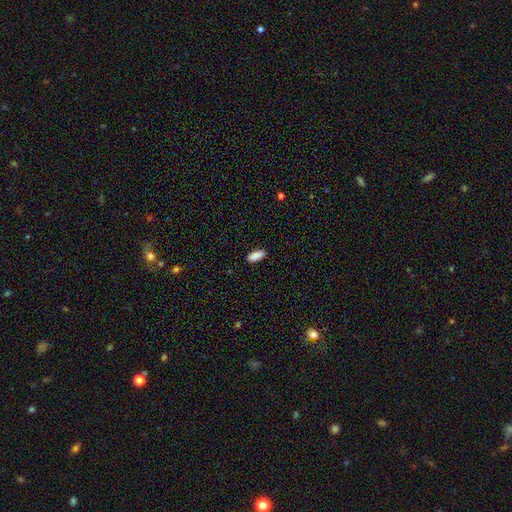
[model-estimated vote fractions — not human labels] Q: Smooth or featured?
A: smooth (89%); runner-up: star or artifact (7%)
Q: How rounded?
A: in between (85%); runner-up: cigar-shaped (13%)
Q: Merging?
A: none (89%); runner-up: minor disturbance (8%)